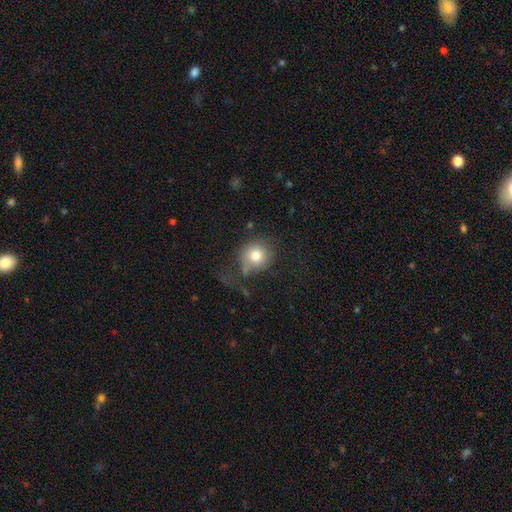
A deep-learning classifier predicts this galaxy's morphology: Smooth or featured: smooth — 77% (featured or disk — 13%)
How rounded: round — 86% (in between — 13%)
Merging: none — 56% (minor disturbance — 23%)